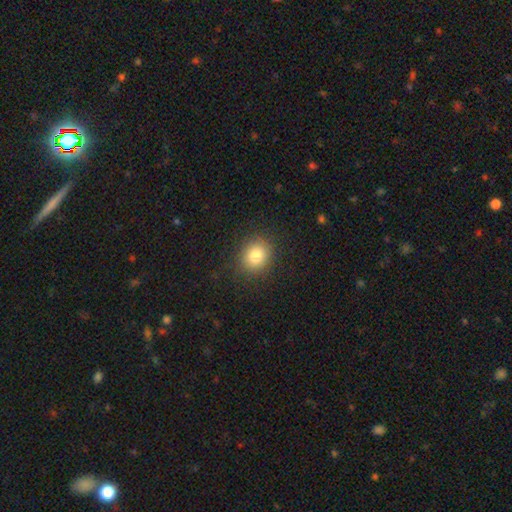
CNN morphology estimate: type=smooth (81%); roundness=round (72%); merging=none (88%).